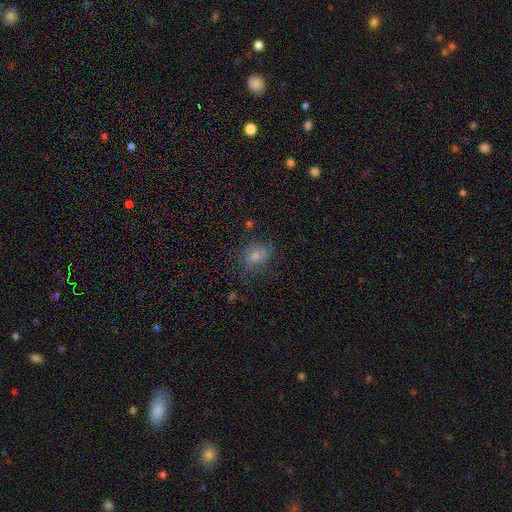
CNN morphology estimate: Smooth or featured: featured or disk — 42% (smooth — 36%)
Merging: none — 69% (minor disturbance — 19%)